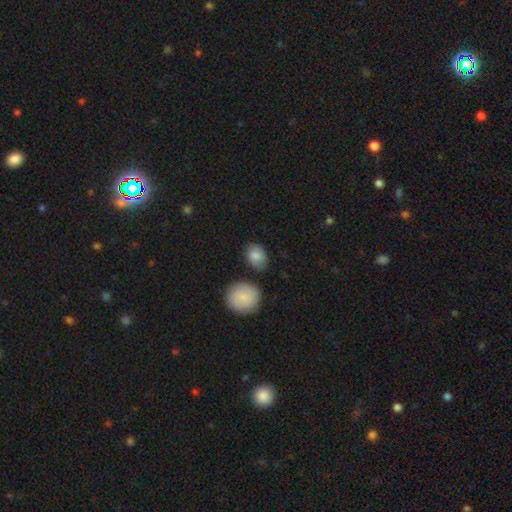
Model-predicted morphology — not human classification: The model was most divided on "how rounded": in between: 70%, round: 28%, cigar-shaped: 1%. More confident: smooth or featured — smooth (84%); merging — none (72%).